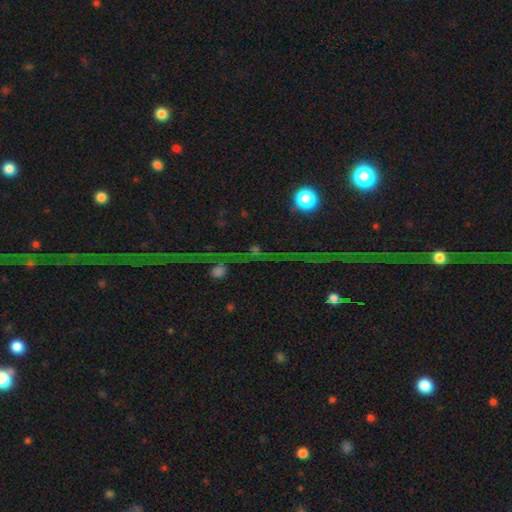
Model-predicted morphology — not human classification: The model was most divided on "smooth or featured": star or artifact: 78%, featured or disk: 12%, smooth: 10%.